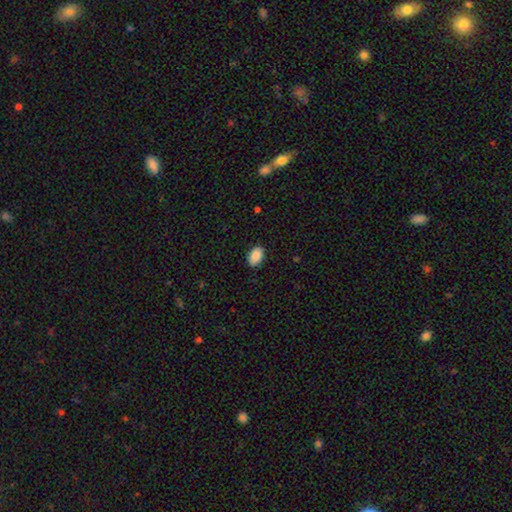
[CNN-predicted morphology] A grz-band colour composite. It shows a smooth galaxy with no disk features (89%) that is in between round and cigar-shaped (90%). Merging: none (87%).